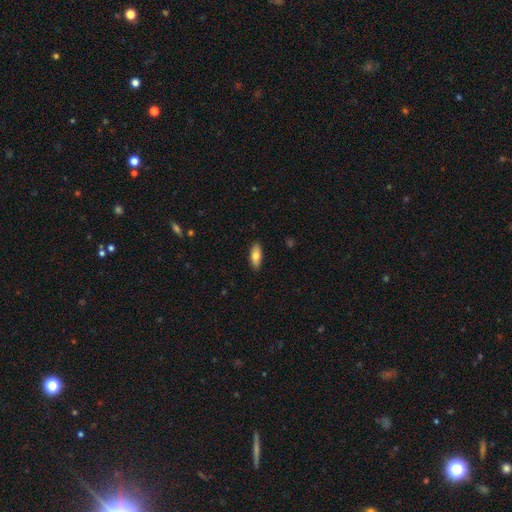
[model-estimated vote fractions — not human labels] This is likely a smooth galaxy (78%). How rounded: likely in between (80%). Merging: clearly none (89%).